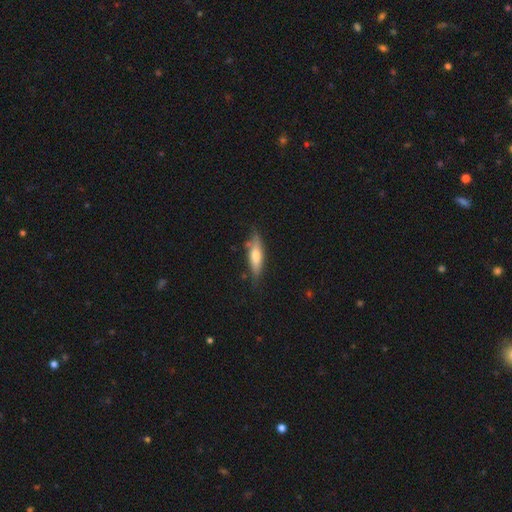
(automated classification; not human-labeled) The model was most divided on "smooth or featured": smooth: 58%, featured or disk: 36%, star or artifact: 6%. More confident: merging — none (70%); how rounded — cigar-shaped (61%).